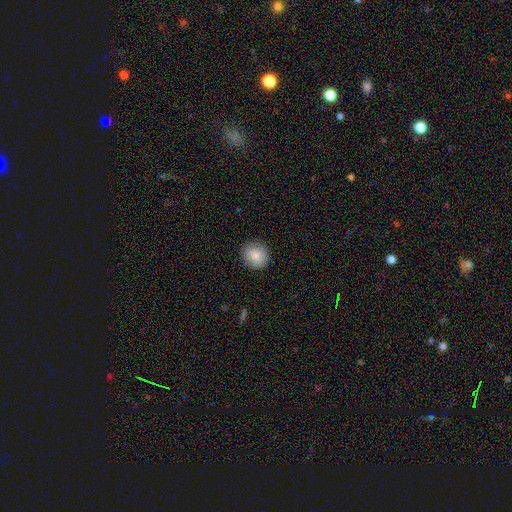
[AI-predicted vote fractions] This is clearly a smooth galaxy (86%). How rounded: clearly round (85%). Merging: clearly none (88%).